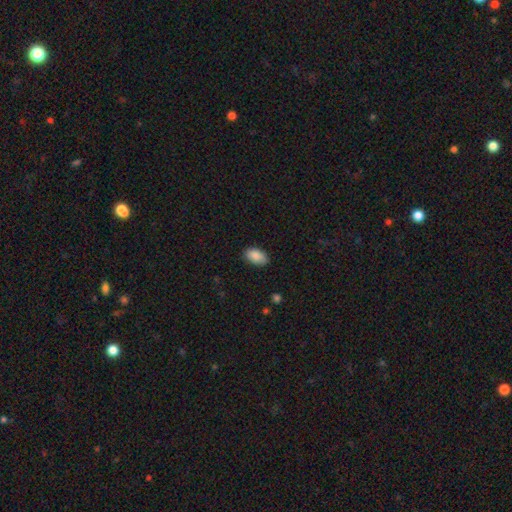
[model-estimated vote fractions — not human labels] A smooth galaxy with no disk features (88%) that is in between round and cigar-shaped (94%). Merging: none (82%).